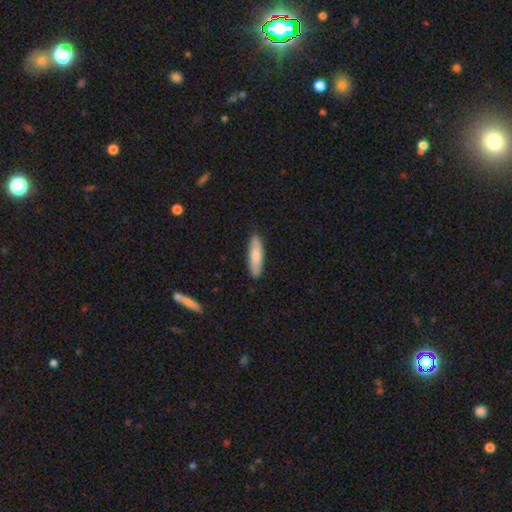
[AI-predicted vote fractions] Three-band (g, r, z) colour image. It shows a smooth galaxy with no disk features (80%) that is cigar-shaped (63%). Merging: none (87%).